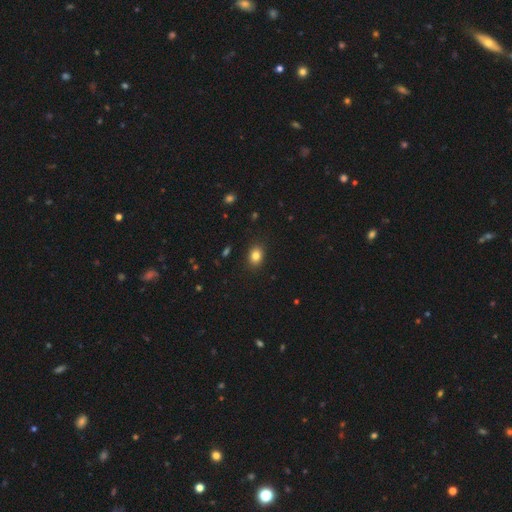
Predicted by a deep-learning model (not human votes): Q: Smooth or featured?
A: smooth (83%); runner-up: star or artifact (11%)
Q: How rounded?
A: in between (61%); runner-up: round (38%)
Q: Merging?
A: none (89%); runner-up: minor disturbance (8%)